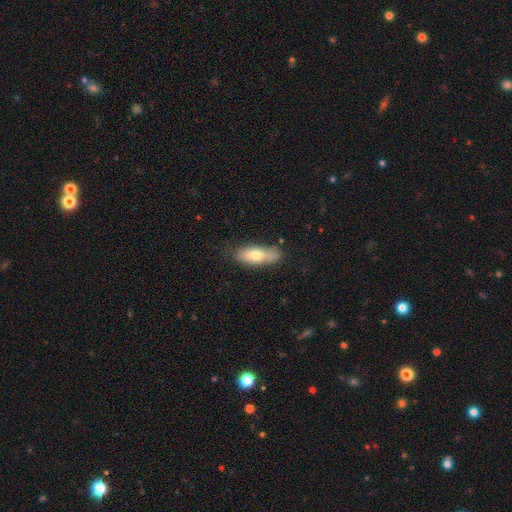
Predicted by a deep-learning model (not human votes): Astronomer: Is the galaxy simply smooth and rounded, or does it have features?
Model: smooth — 71%.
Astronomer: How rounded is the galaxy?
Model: in between — 70%.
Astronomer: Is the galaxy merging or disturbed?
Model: none — 75%.